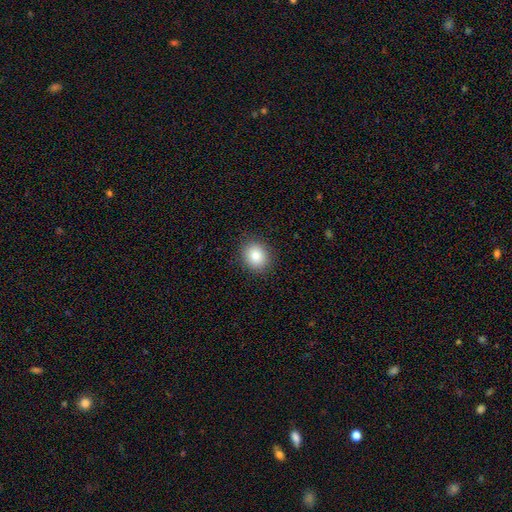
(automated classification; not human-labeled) smooth 85%, star or artifact 9%, featured or disk 6%. Down the decision tree: how rounded — round (67%); merging — none (89%).